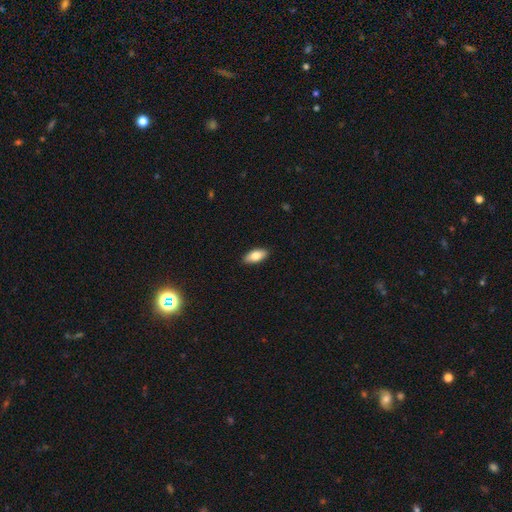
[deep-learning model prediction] Smooth or featured? smooth (80%)
How rounded? in between (88%)
Merging? none (89%)